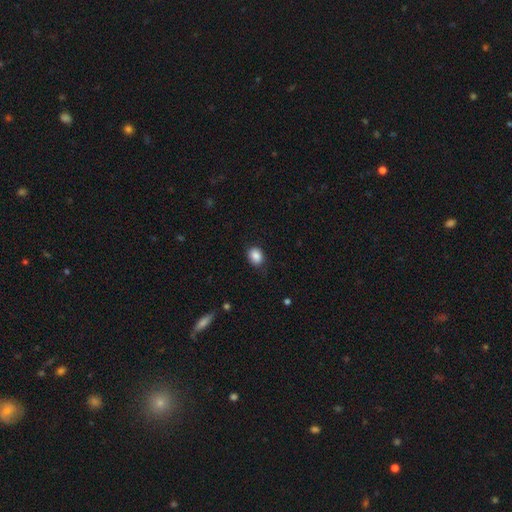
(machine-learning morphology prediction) A smooth galaxy with no disk features (87%) that is in between round and cigar-shaped (58%).

Vote fractions:
- Smooth or featured? smooth: 87% / star or artifact: 8% / featured or disk: 4%
- How rounded? in between: 58% / round: 41% / cigar-shaped: 1%
- Merging? none: 79% / minor disturbance: 17% / major disturbance: 3% / merger: 1%